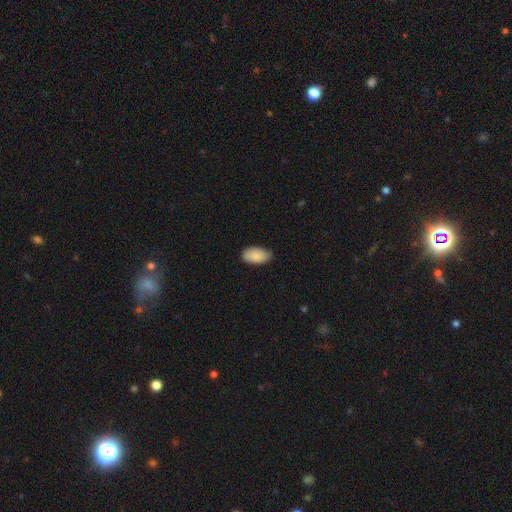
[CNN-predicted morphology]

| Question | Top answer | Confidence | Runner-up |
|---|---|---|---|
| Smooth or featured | smooth | 84% | featured or disk (10%) |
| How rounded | in between | 95% | round (4%) |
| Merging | none | 71% | minor disturbance (25%) |